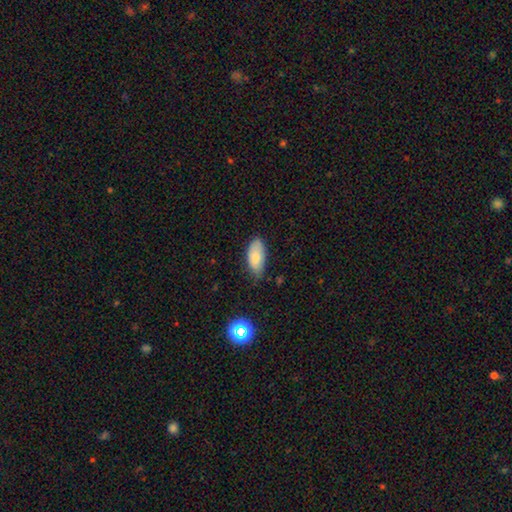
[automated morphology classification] Q: Smooth or featured?
A: smooth (82%); runner-up: featured or disk (11%)
Q: How rounded?
A: in between (92%); runner-up: cigar-shaped (5%)
Q: Merging?
A: none (68%); runner-up: minor disturbance (26%)